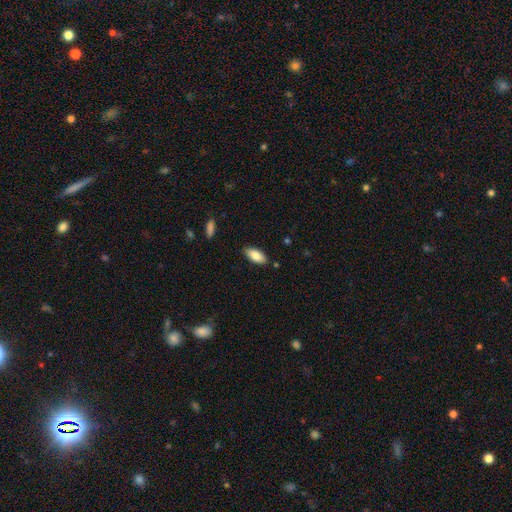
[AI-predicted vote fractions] Morphology: type=smooth (84%); roundness=in between (88%); merging=none (85%).